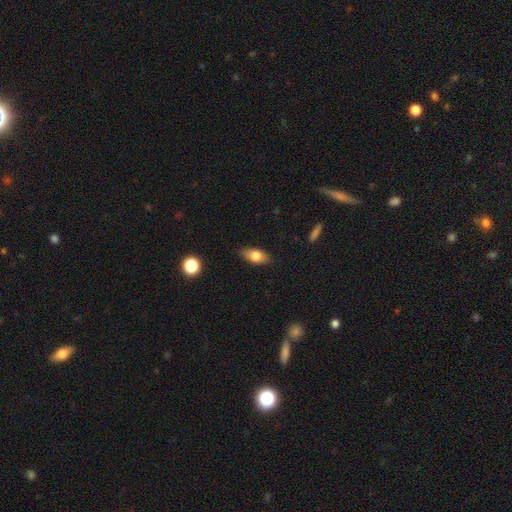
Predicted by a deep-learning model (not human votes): This appears to be a smooth galaxy with no disk features (75%) that is in between round and cigar-shaped (85%). Merging: none (84%).